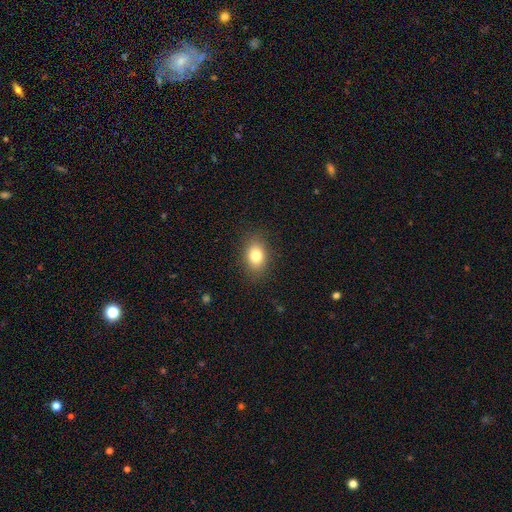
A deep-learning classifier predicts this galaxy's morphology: smooth-or-featured: smooth: 80% | star or artifact: 10% | featured or disk: 10%
  how-rounded: in between: 74% | round: 25% | cigar-shaped: 1%
  merging: none: 86% | minor disturbance: 10% | major disturbance: 3% | merger: 1%